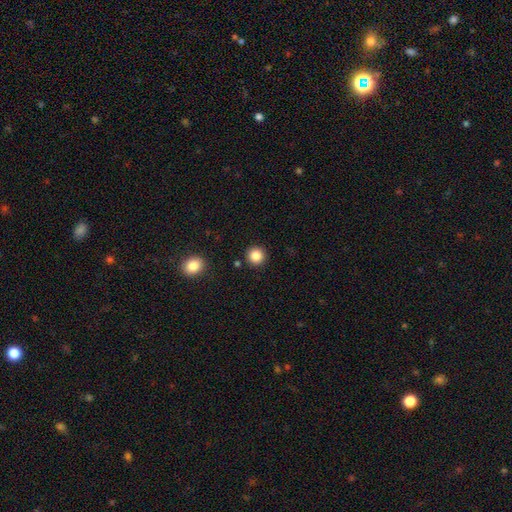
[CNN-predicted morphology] This appears to be a smooth galaxy with no disk features (85%) that is round (94%). Merging: none (90%).